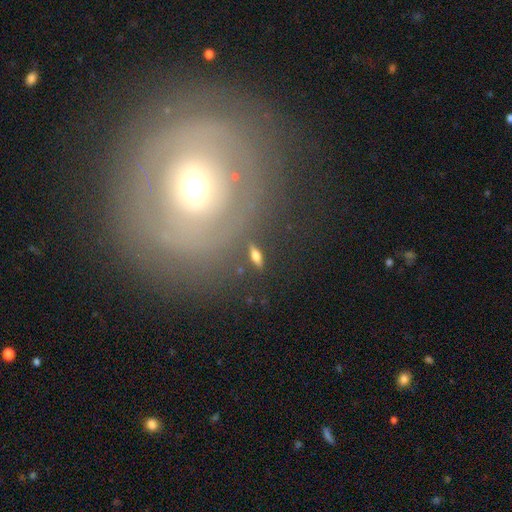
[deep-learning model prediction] This appears to be a smooth galaxy with no disk features (57%) that is in between round and cigar-shaped (58%). Merging: none (85%).